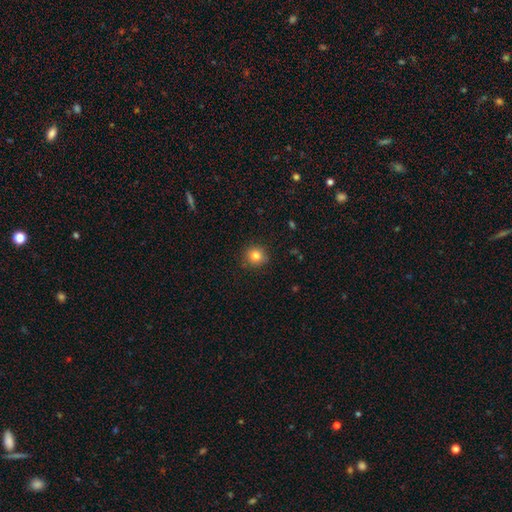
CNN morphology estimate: This appears to be a smooth galaxy with no disk features (82%) that is round (91%). Merging: none (89%).